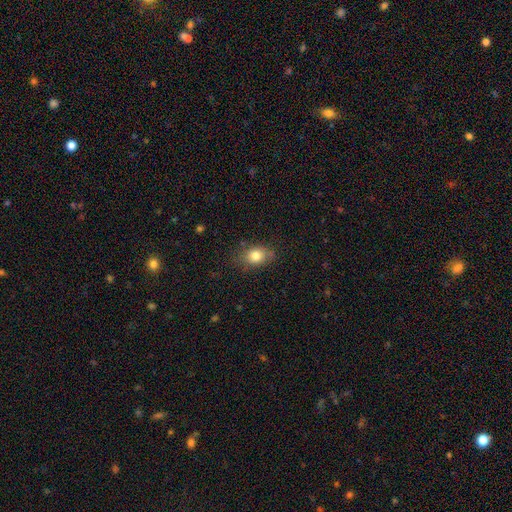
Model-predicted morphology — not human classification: smooth 81%, featured or disk 10%, star or artifact 9%. Down the decision tree: how rounded — in between (71%); merging — none (76%).